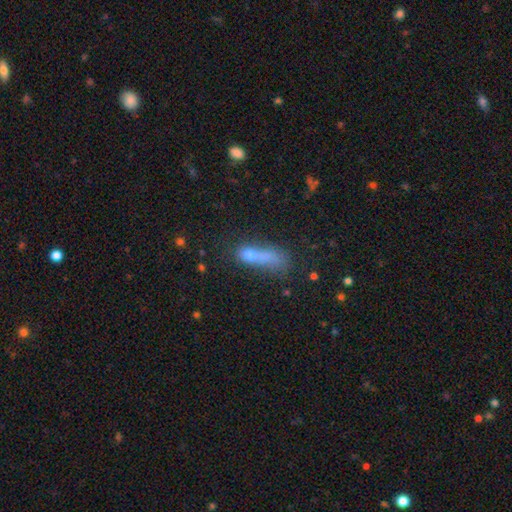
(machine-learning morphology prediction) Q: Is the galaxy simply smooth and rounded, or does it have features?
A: smooth — 62%.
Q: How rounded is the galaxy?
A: in between — 49%.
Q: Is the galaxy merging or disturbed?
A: merger — 32%.